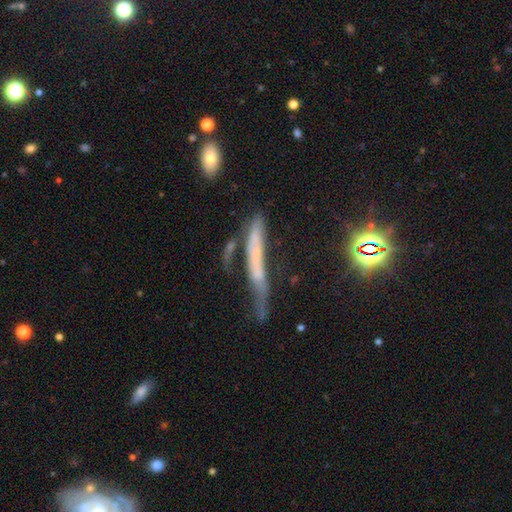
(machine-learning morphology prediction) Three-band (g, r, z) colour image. It shows a featured or disk galaxy (47%). Merging: none (39%).